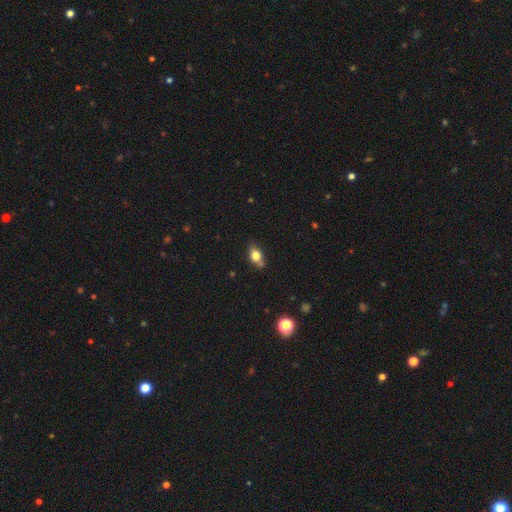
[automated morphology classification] smooth-or-featured: smooth: 75% | featured or disk: 16% | star or artifact: 10%
  how-rounded: in between: 73% | round: 22% | cigar-shaped: 5%
  merging: none: 64% | minor disturbance: 23% | merger: 8% | major disturbance: 5%